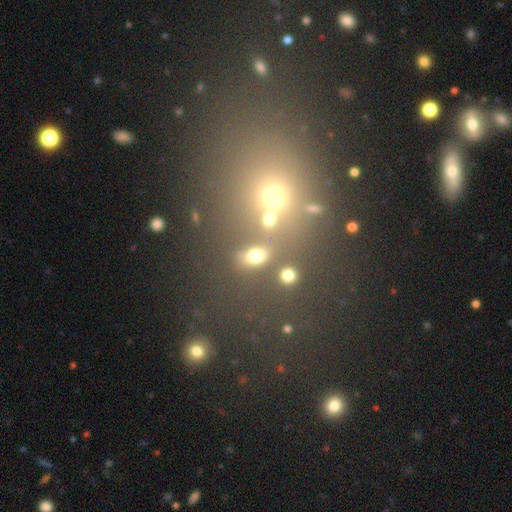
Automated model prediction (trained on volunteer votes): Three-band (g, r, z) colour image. It shows a smooth galaxy with no disk features (71%) that is in between round and cigar-shaped (61%). Merging: none (63%).